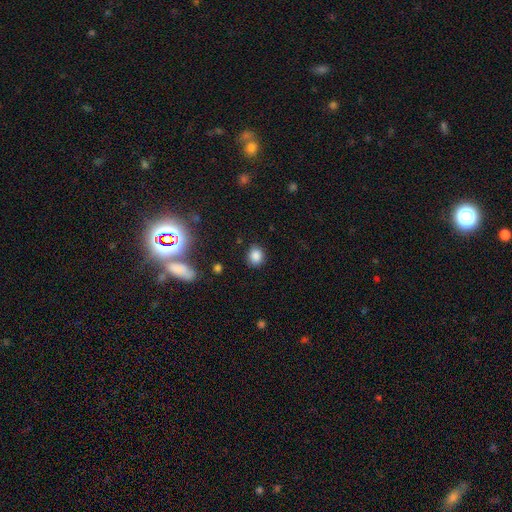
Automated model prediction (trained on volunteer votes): A smooth galaxy with no disk features (84%) that is round (67%). Merging: none (86%).